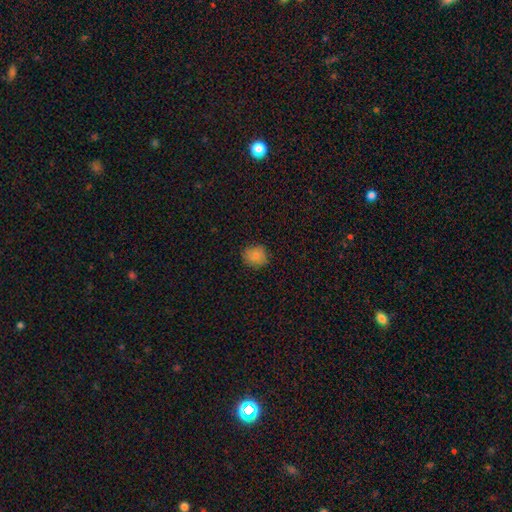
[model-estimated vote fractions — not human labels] Smooth or featured? Predicted: smooth (p=0.81). How rounded? Predicted: round (p=0.80). Merging? Predicted: none (p=0.82).